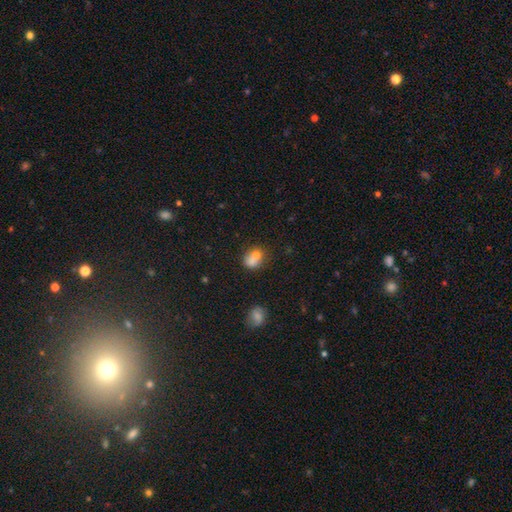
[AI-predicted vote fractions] smooth_or_featured: smooth (p=0.71) [alt: featured or disk p=0.17]
how_rounded: round (p=0.54) [alt: in between p=0.45]
merging: merger (p=0.55) [alt: none p=0.31]